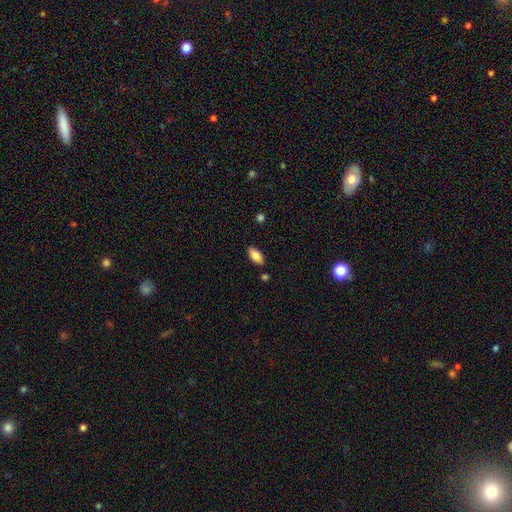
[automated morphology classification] Smooth or featured? smooth (84%)
How rounded? in between (89%)
Merging? none (84%)